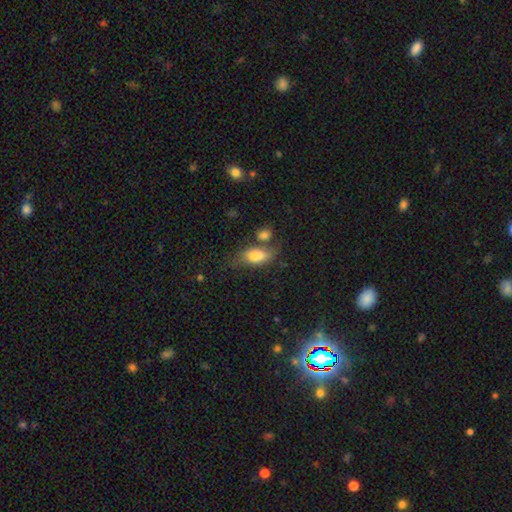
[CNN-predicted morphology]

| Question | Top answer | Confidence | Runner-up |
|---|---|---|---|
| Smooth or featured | smooth | 76% | featured or disk (15%) |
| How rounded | in between | 85% | cigar-shaped (9%) |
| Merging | none | 41% | minor disturbance (23%) |